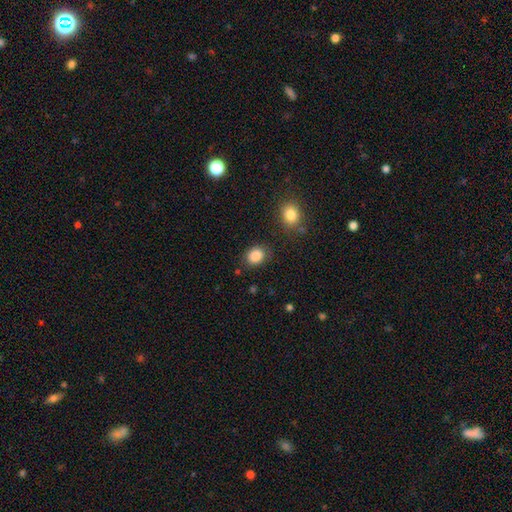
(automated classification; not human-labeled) smooth 87%, star or artifact 9%, featured or disk 4%. Down the decision tree: how rounded — round (51%); merging — none (80%).